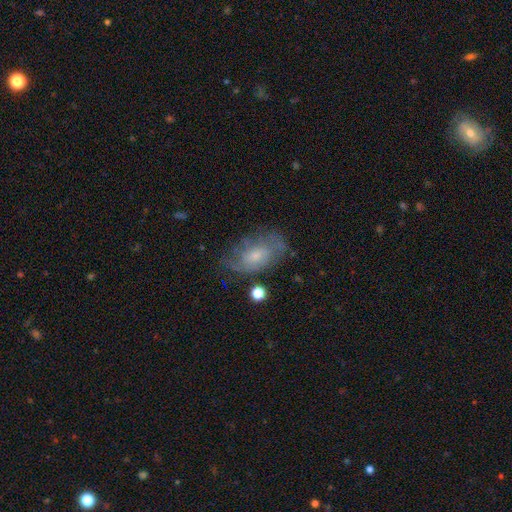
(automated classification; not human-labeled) Morphology: type=featured or disk (63%); edge-on=no (94%); bar=no (66%); spiral arms=yes (78%); bulge=small (53%); merging=none (63%).